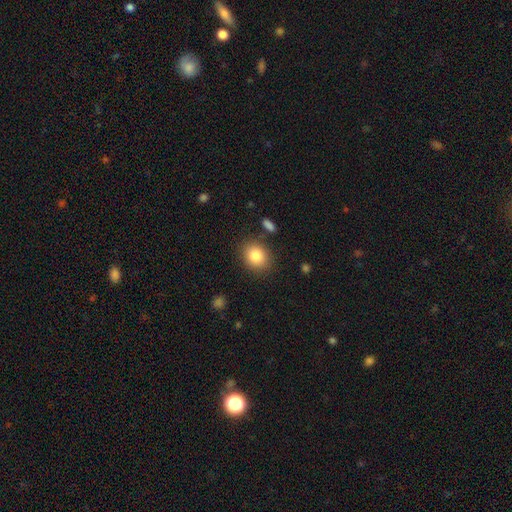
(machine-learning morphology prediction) smooth 84%, star or artifact 9%, featured or disk 7%. Down the decision tree: how rounded — round (55%); merging — none (84%).